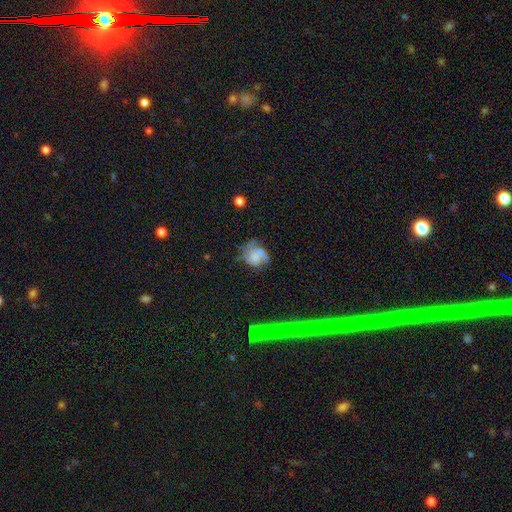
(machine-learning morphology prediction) Smooth or featured?
  - featured or disk: 53% *
  - smooth: 37%
  - star or artifact: 10%
Edge-on disk?
  - no: 97% *
  - yes: 3%
Bar?
  - no: 75% *
  - weak: 21%
  - strong: 4%
Spiral arms?
  - yes: 77% *
  - no: 23%
Bulge size?
  - small: 32% * (tied)
  - none: 32% * (tied)
  - moderate: 26%
  - large: 8%
  - dominant: 2%
Merging?
  - none: 45% *
  - minor disturbance: 26%
  - major disturbance: 24%
  - merger: 5%